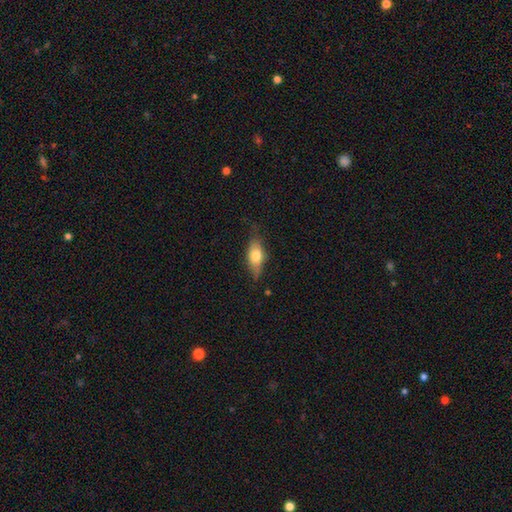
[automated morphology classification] Q: Smooth or featured?
A: smooth (65%); runner-up: featured or disk (29%)
Q: How rounded?
A: in between (77%); runner-up: cigar-shaped (17%)
Q: Merging?
A: none (64%); runner-up: minor disturbance (28%)